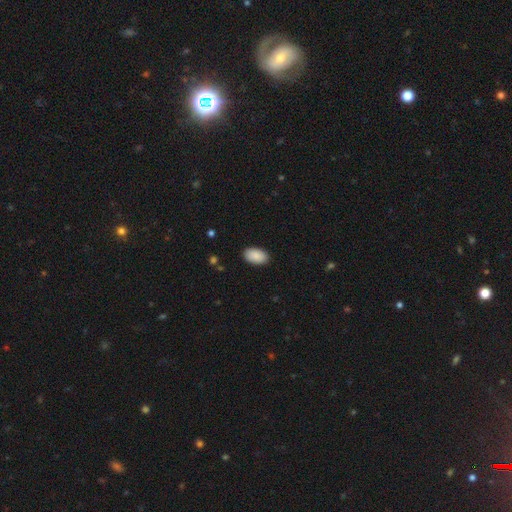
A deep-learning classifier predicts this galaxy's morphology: Q: Smooth or featured?
A: smooth (90%); runner-up: star or artifact (6%)
Q: How rounded?
A: in between (94%); runner-up: round (4%)
Q: Merging?
A: none (89%); runner-up: minor disturbance (8%)